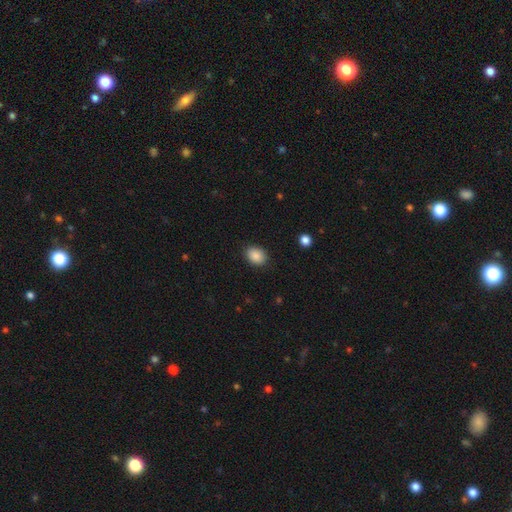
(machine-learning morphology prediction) A smooth galaxy with no disk features (88%) that is in between round and cigar-shaped (64%).

Vote fractions:
- Smooth or featured? smooth: 88% / star or artifact: 8% / featured or disk: 3%
- How rounded? in between: 64% / round: 35% / cigar-shaped: 1%
- Merging? none: 87% / minor disturbance: 9% / major disturbance: 3% / merger: 1%